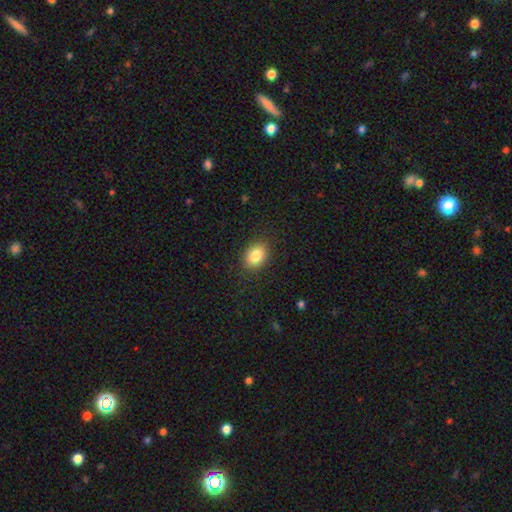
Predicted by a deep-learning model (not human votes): smooth-or-featured: smooth: 84% | star or artifact: 9% | featured or disk: 7%
  how-rounded: in between: 77% | round: 22% | cigar-shaped: 1%
  merging: none: 87% | minor disturbance: 9% | major disturbance: 3% | merger: 1%